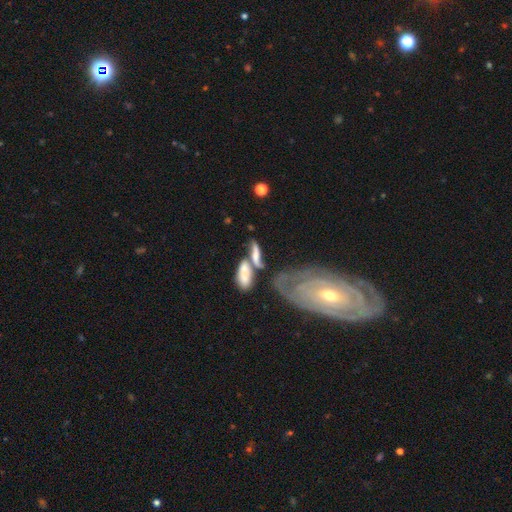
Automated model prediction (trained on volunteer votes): smooth-or-featured: smooth: 54% | featured or disk: 36% | star or artifact: 9%
  how-rounded: in between: 51% | cigar-shaped: 44% | round: 5%
  merging: merger: 50% | none: 26% | minor disturbance: 12% | major disturbance: 12%